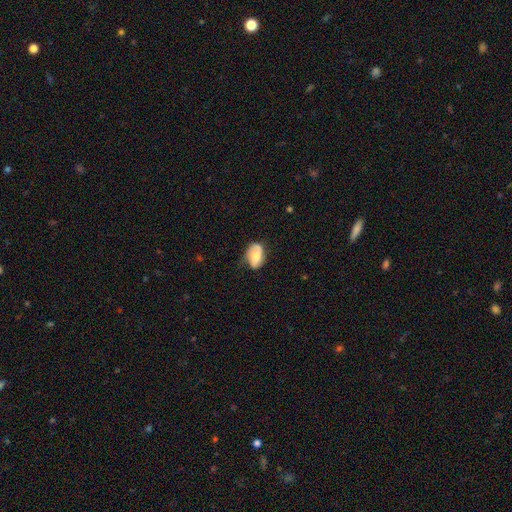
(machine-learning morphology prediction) This is possibly a smooth galaxy (58%). How rounded: clearly in between (87%). Merging: possibly none (50%).